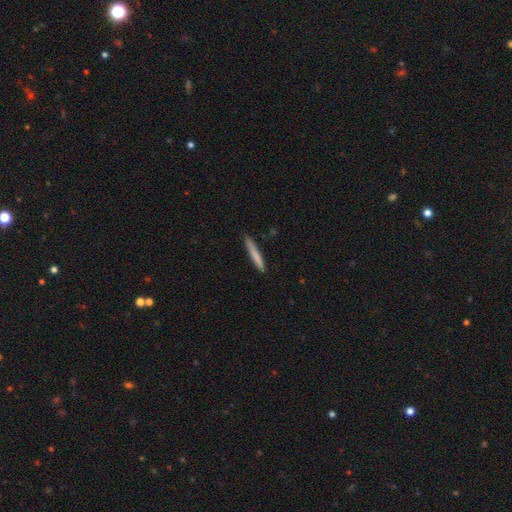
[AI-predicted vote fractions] Smooth or featured: smooth — 77% (featured or disk — 18%)
How rounded: cigar-shaped — 96% (in between — 3%)
Merging: none — 88% (minor disturbance — 9%)